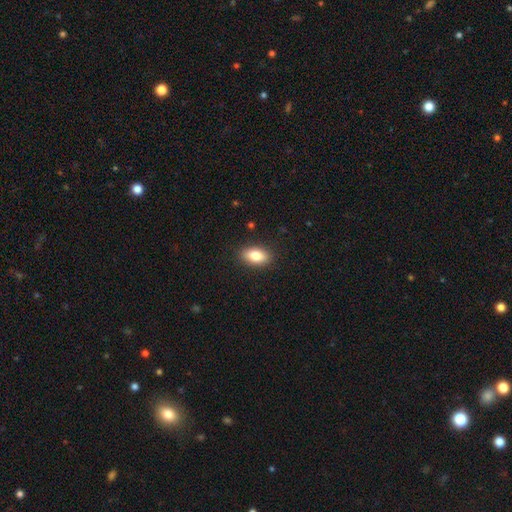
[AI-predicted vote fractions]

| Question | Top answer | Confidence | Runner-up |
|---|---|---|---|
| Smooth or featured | smooth | 82% | featured or disk (10%) |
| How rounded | in between | 89% | round (6%) |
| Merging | none | 88% | minor disturbance (9%) |